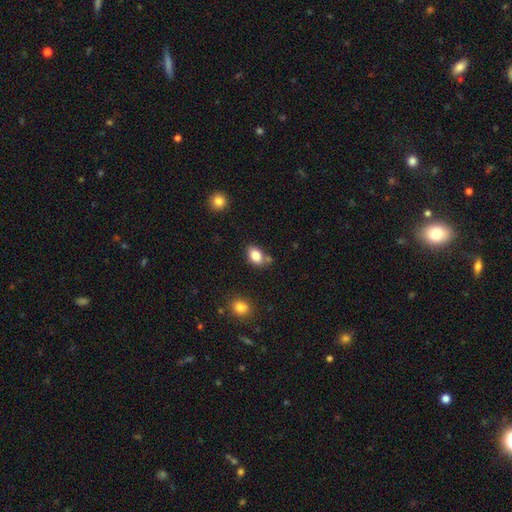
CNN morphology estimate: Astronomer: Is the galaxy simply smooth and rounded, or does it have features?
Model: smooth — 83%.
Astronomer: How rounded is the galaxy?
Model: in between — 81%.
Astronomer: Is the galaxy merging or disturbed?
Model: none — 68%.